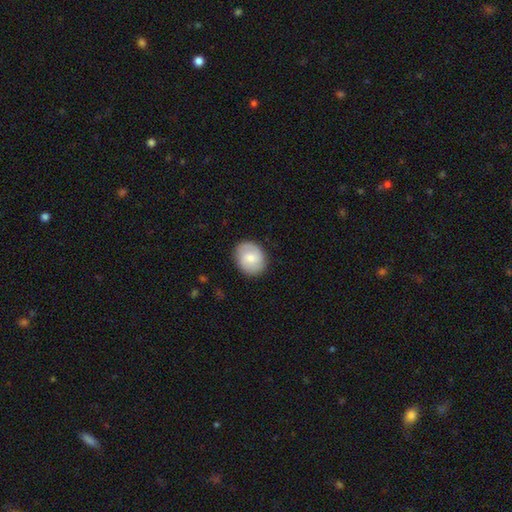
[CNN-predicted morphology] Smooth or featured: smooth — 66% (featured or disk — 28%)
How rounded: round — 62% (in between — 37%)
Merging: none — 86% (minor disturbance — 10%)